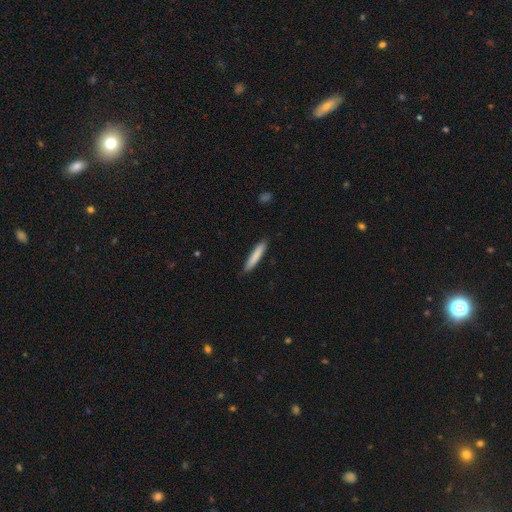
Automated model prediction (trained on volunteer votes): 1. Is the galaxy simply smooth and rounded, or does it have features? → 83% smooth, 11% featured or disk, 5% star or artifact.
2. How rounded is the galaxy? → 92% cigar-shaped, 7% in between, 1% round.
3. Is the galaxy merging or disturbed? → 87% none, 10% minor disturbance, 2% major disturbance, 1% merger.